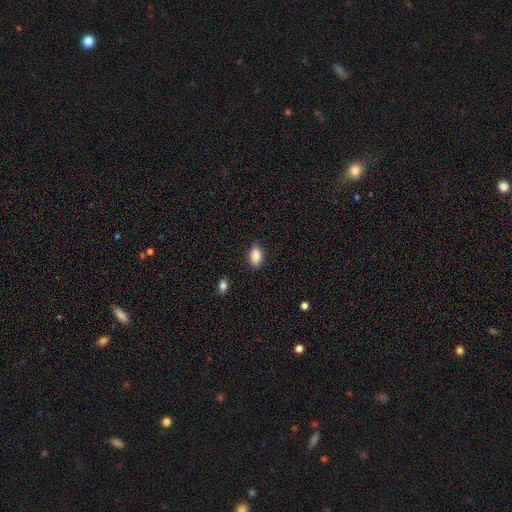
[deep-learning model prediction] Smooth or featured?
  - smooth: 86% *
  - star or artifact: 8%
  - featured or disk: 6%
How rounded?
  - in between: 89% *
  - cigar-shaped: 6%
  - round: 5%
Merging?
  - none: 87% *
  - minor disturbance: 10%
  - major disturbance: 2%
  - merger: 1%